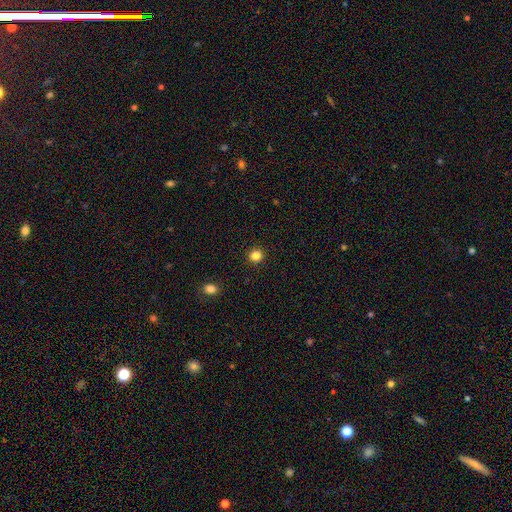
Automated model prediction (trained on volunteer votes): smooth_or_featured: smooth (p=0.84) [alt: star or artifact p=0.13]
how_rounded: round (p=0.92) [alt: in between p=0.07]
merging: none (p=0.93) [alt: minor disturbance p=0.04]